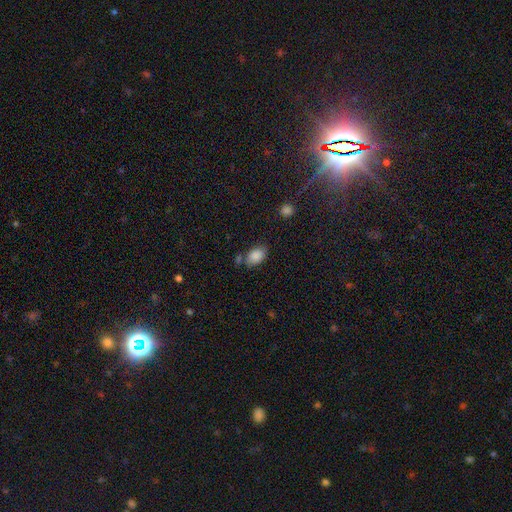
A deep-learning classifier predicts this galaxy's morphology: Overall: smooth (87%). How rounded: in between (86%). Merging: none (66%).